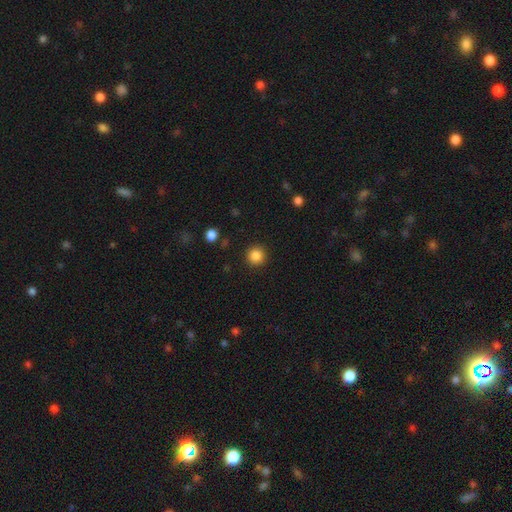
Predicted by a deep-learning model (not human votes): Q: Smooth or featured?
A: smooth (86%); runner-up: star or artifact (11%)
Q: How rounded?
A: round (95%); runner-up: in between (4%)
Q: Merging?
A: none (92%); runner-up: minor disturbance (5%)